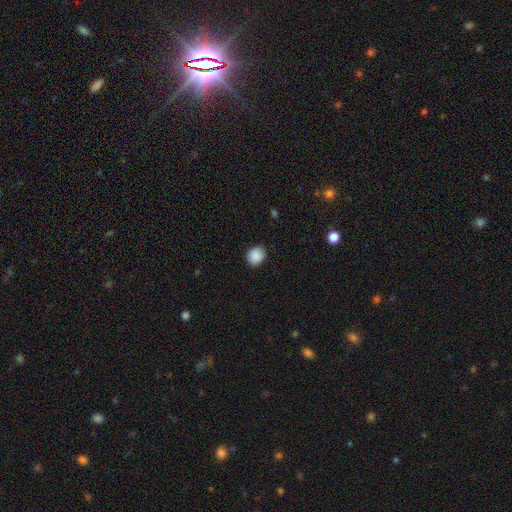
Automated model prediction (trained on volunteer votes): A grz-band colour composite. It shows a smooth galaxy with no disk features (89%) that is round (71%). Merging: none (86%).